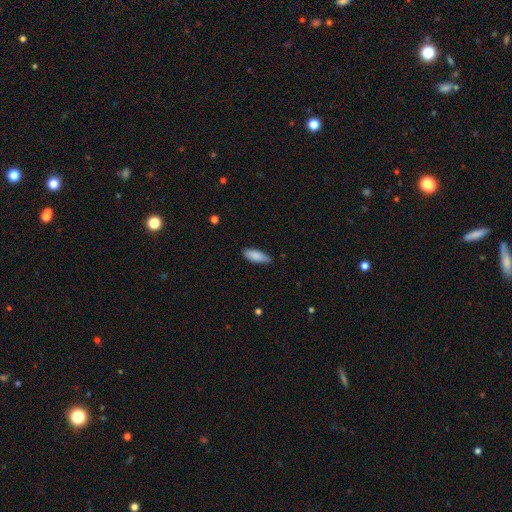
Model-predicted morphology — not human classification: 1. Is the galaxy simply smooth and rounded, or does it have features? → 87% smooth, 7% featured or disk, 6% star or artifact.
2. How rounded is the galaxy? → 68% in between, 31% cigar-shaped, 2% round.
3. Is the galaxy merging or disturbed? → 78% none, 18% minor disturbance, 2% major disturbance, 1% merger.